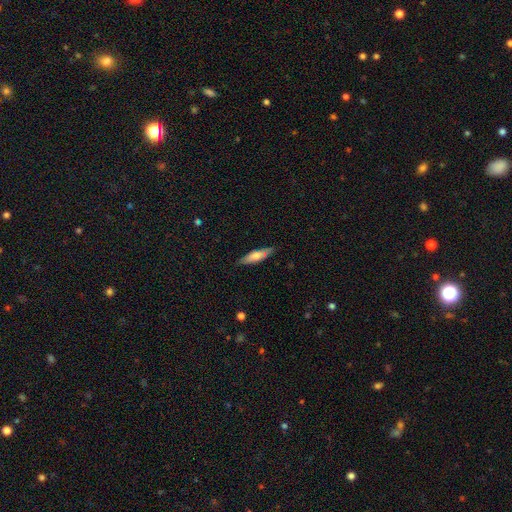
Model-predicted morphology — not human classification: This is possibly a smooth galaxy (58%). How rounded: likely cigar-shaped (63%). Merging: clearly none (80%).